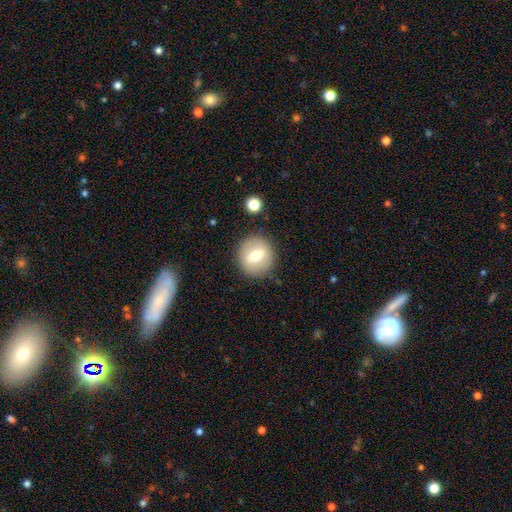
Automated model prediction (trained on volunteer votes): Overall: smooth (58%; featured or disk 33%). How rounded: round (90%). Merging: none (87%).